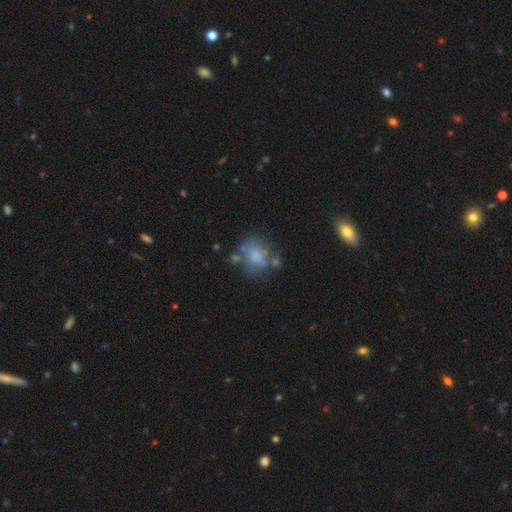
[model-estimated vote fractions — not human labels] This is likely a smooth galaxy (60%). How rounded: possibly in between (59%). Merging: marginally none (43%).